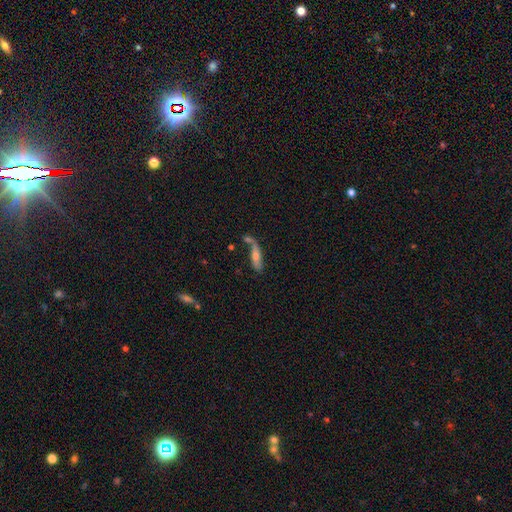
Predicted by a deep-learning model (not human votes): The model was most divided on "smooth or featured": featured or disk: 50%, smooth: 39%, star or artifact: 11%. Remaining: edge-on disk — yes (58%); merging — none (47%).